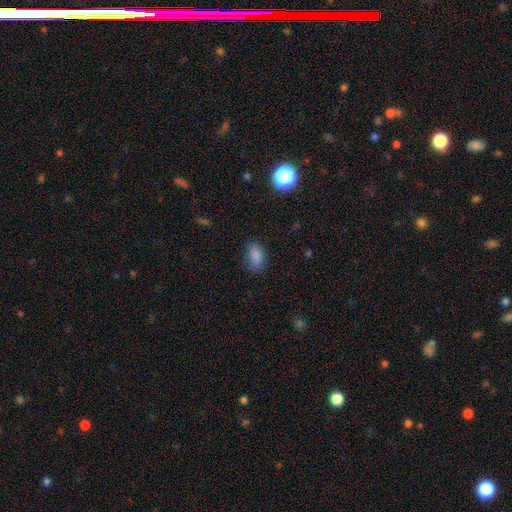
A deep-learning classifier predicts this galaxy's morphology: Smooth or featured? smooth (84%)
How rounded? in between (88%)
Merging? none (73%)